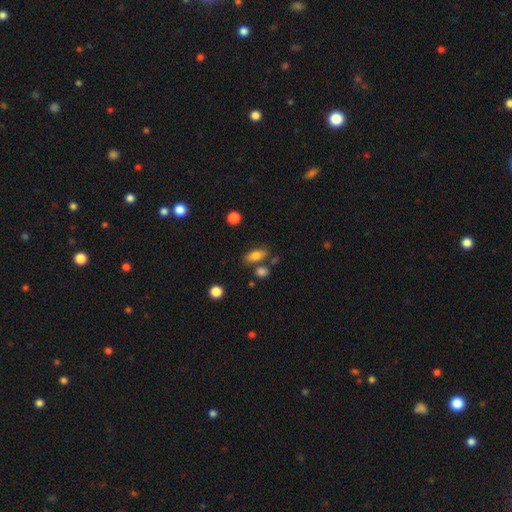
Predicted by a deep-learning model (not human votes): This is likely a smooth galaxy (78%). How rounded: clearly in between (82%). Merging: likely none (68%).